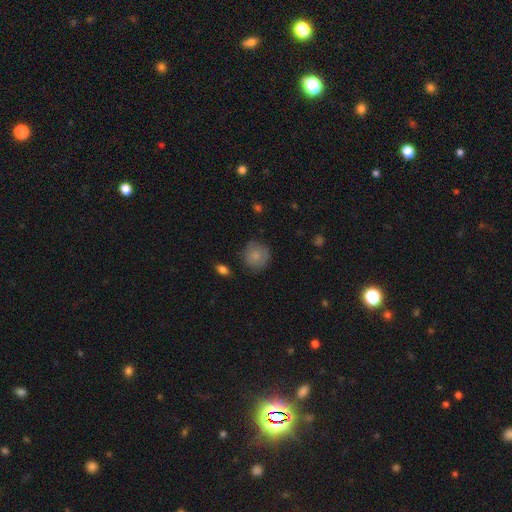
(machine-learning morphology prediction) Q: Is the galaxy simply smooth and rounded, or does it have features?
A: smooth — 80%.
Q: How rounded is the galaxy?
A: round — 90%.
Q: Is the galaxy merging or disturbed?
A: none — 76%.